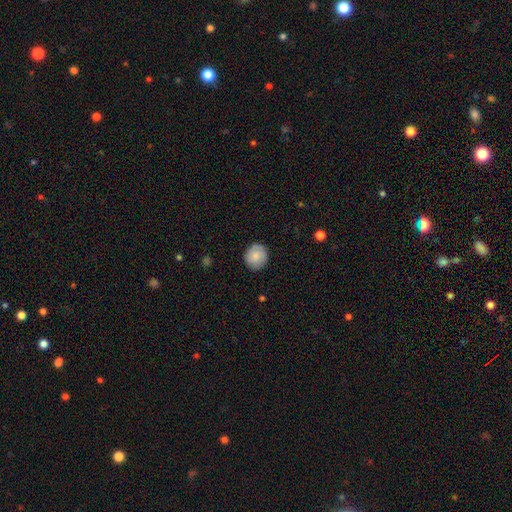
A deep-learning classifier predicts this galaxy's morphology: The model was most divided on "smooth or featured": smooth: 83%, featured or disk: 10%, star or artifact: 7%. More confident: merging — none (87%); how rounded — round (86%).